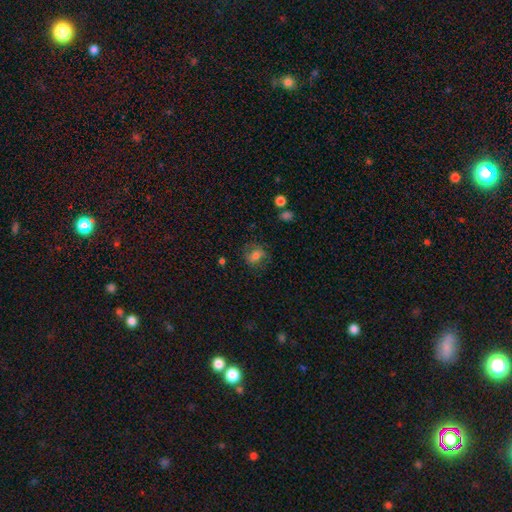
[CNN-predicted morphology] Smooth or featured? smooth (66%)
How rounded? round (55%)
Merging? none (68%)